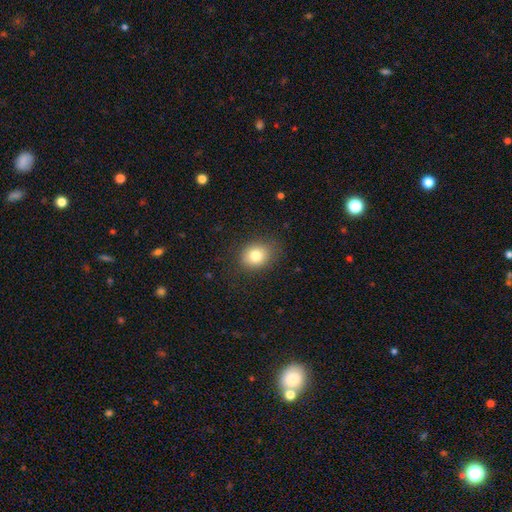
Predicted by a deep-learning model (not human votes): A smooth galaxy with no disk features (80%) that is round (56%). Merging: none (81%).